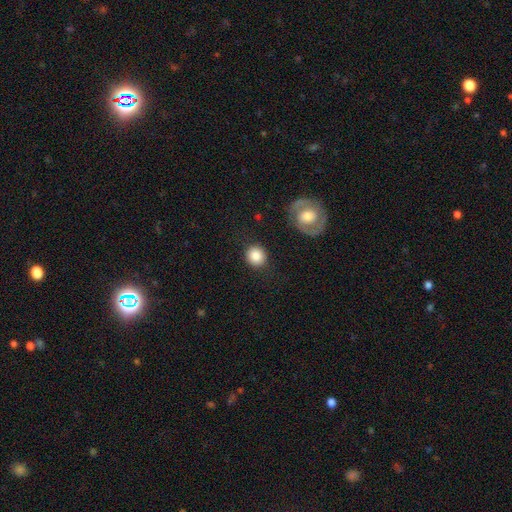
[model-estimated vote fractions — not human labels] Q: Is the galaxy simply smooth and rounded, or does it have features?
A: smooth — 85%.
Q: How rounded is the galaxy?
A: round — 87%.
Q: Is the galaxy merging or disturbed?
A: none — 85%.